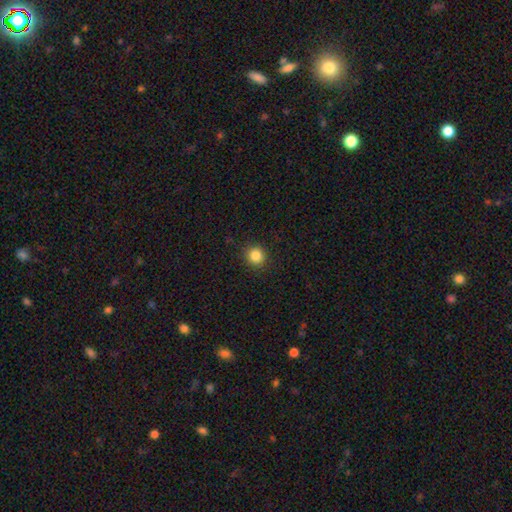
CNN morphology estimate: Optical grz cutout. It shows a smooth galaxy with no disk features (85%) that is round (92%). Merging: none (91%).